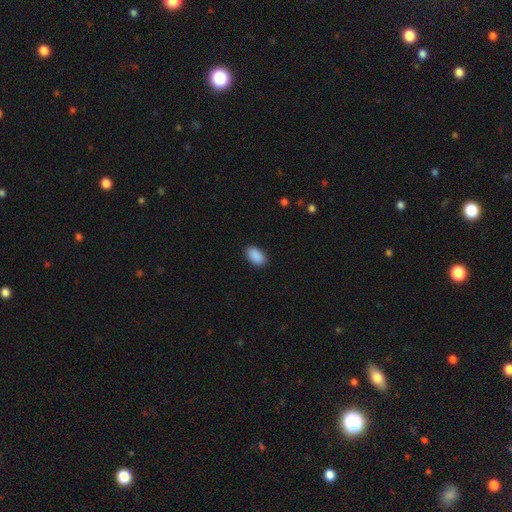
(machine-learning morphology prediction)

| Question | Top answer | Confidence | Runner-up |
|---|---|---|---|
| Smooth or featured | smooth | 91% | star or artifact (7%) |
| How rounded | in between | 93% | round (6%) |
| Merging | none | 89% | minor disturbance (8%) |